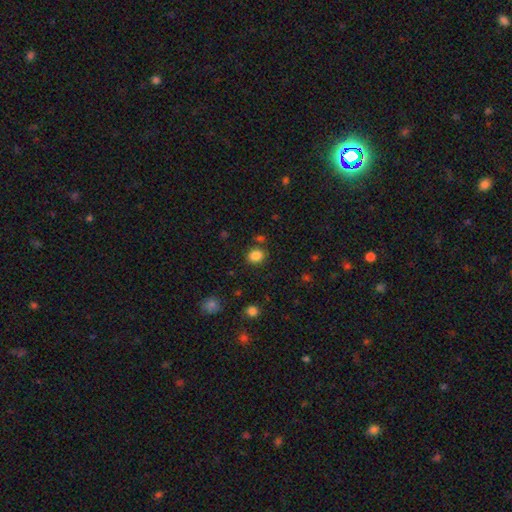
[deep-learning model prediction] Q: Smooth or featured?
A: smooth (85%); runner-up: star or artifact (11%)
Q: How rounded?
A: round (52%); runner-up: in between (47%)
Q: Merging?
A: none (81%); runner-up: minor disturbance (10%)